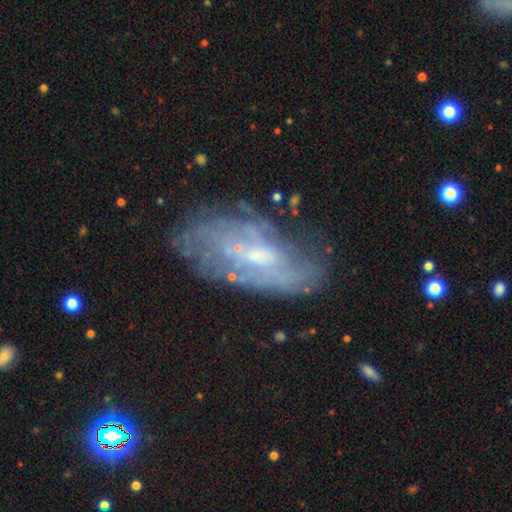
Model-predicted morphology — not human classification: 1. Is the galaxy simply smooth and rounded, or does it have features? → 71% featured or disk, 20% smooth, 9% star or artifact.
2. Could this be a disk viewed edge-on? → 90% no, 10% yes.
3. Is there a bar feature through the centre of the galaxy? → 45% weak, 43% no, 12% strong.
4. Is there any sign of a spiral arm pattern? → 68% yes, 32% no.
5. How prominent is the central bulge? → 56% small, 28% moderate, 13% none, 2% large, 1% dominant.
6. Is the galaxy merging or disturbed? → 66% none, 21% minor disturbance, 10% major disturbance, 3% merger.